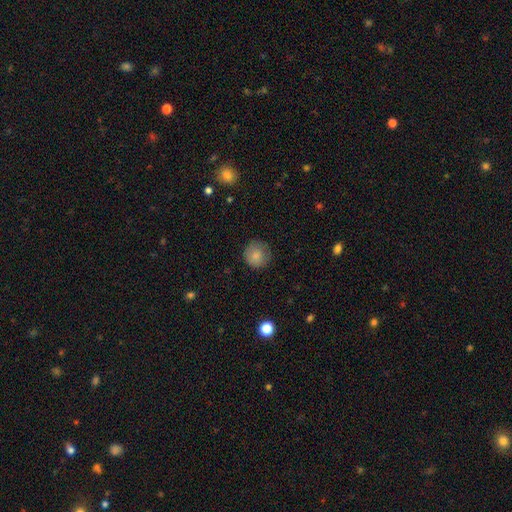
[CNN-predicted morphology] The model was most divided on "merging": none: 82%, minor disturbance: 13%, major disturbance: 4%, merger: 1%. More confident: how rounded — round (93%); smooth or featured — smooth (83%).